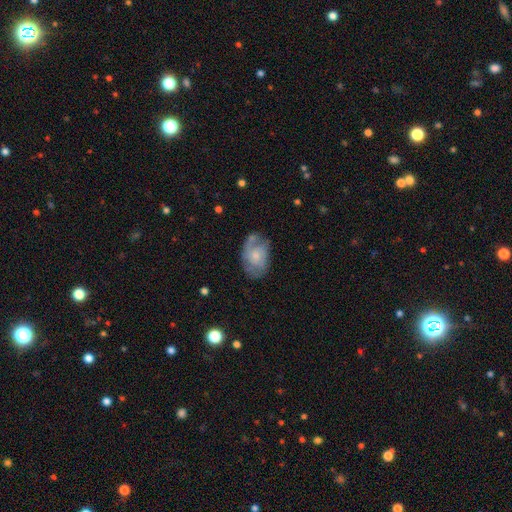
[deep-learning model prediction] featured or disk 55%, smooth 39%, star or artifact 6%. Down the decision tree: edge-on disk — no (96%); bar — no (74%); spiral arms — yes (72%); bulge size — small (42%); merging — none (58%).